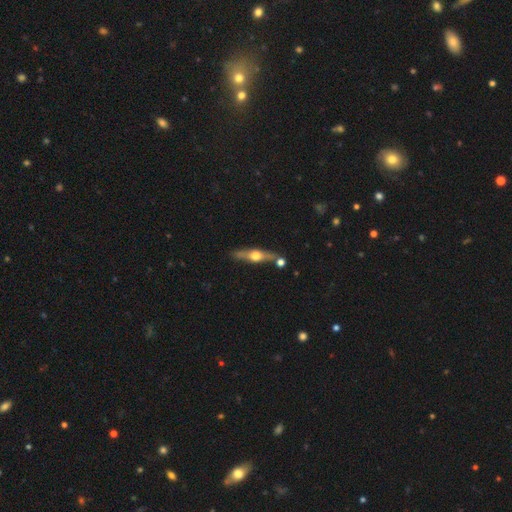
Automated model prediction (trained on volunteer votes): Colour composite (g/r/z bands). It shows a featured or disk galaxy (69%) viewed edge-on (93%) with a rounded central bulge (95%). Merging: none (76%).